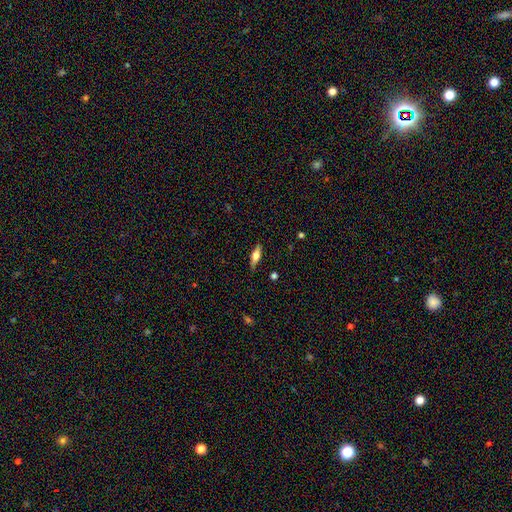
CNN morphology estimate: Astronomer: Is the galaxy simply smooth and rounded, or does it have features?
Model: featured or disk — 58% (runner-up: smooth, 36%).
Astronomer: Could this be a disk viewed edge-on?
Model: yes — 95%.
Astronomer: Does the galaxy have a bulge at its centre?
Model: rounded — 92%.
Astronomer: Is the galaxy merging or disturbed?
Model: none — 87%.